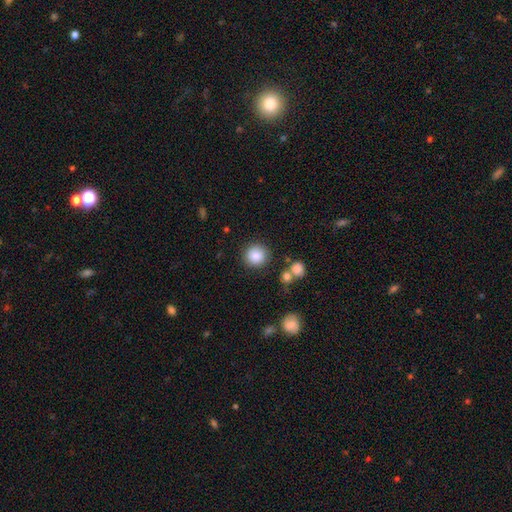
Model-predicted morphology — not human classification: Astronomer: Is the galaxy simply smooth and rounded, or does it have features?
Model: smooth — 86%.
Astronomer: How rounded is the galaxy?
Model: round — 91%.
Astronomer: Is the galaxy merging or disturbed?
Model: none — 85%.